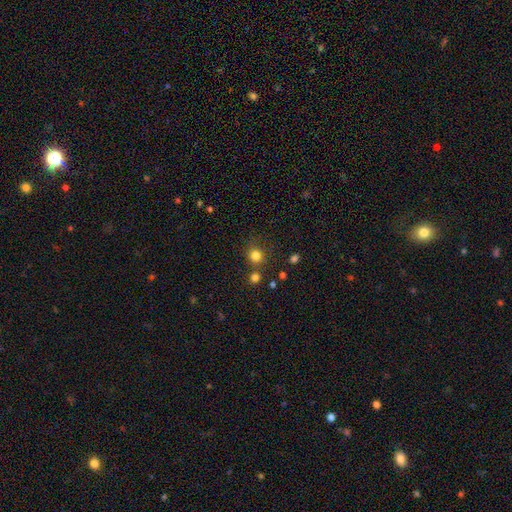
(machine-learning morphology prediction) This appears to be a smooth galaxy with no disk features (80%) that is round (90%). Merging: none (75%).